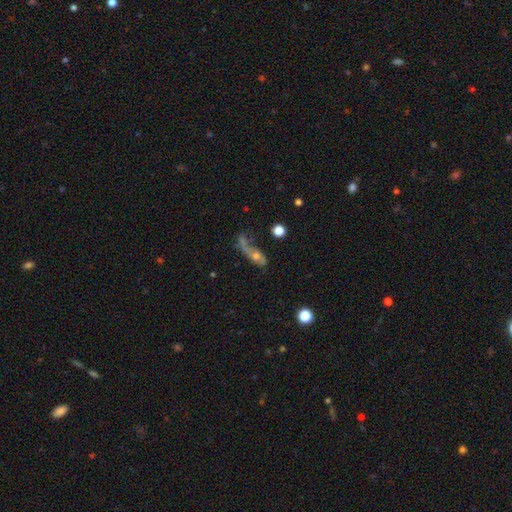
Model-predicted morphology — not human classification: This is possibly a featured or disk galaxy (56%). It is clearly not viewed edge-on (81%). Merging: marginally major disturbance (38%).